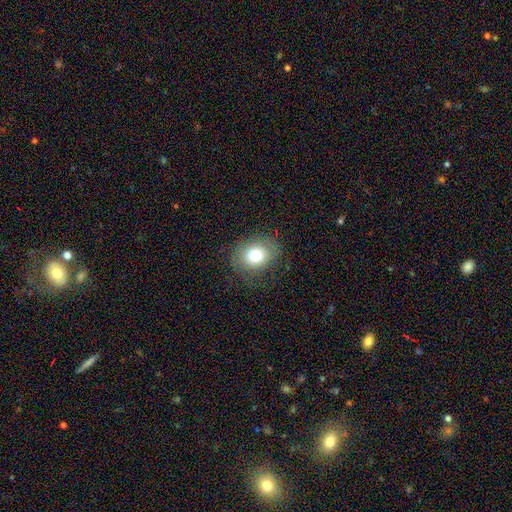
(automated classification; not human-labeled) Smooth or featured? Predicted: smooth (p=0.77). How rounded? Predicted: round (p=0.55). Merging? Predicted: none (p=0.78).